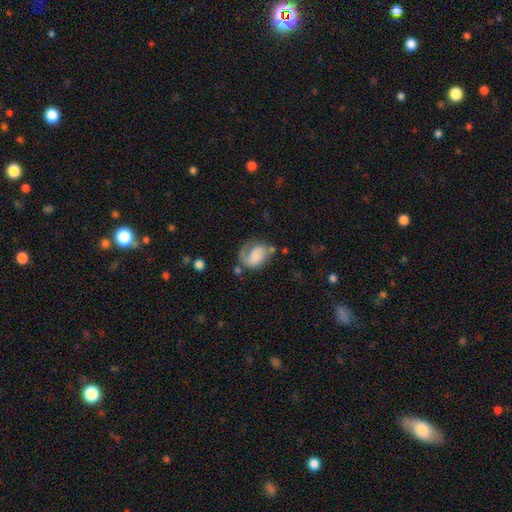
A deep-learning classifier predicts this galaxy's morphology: smooth-or-featured: featured or disk: 59% | smooth: 34% | star or artifact: 8%
  disk-edge-on: no: 98% | yes: 2%
    bar: no: 61% | weak: 30% | strong: 9%
    has-spiral-arms: yes: 88% | no: 12%
      spiral-winding: medium: 38% | tight: 33% | loose: 29%
      spiral-arm-count: 1: 65% | 2: 26% | can't tell: 6% | 3: 1% | 4: 1% | more than 4: 1%
    bulge-size: none: 39% | small: 22% | large: 18% | moderate: 16% | dominant: 6%
  merging: none: 43% | major disturbance: 28% | minor disturbance: 24% | merger: 5%